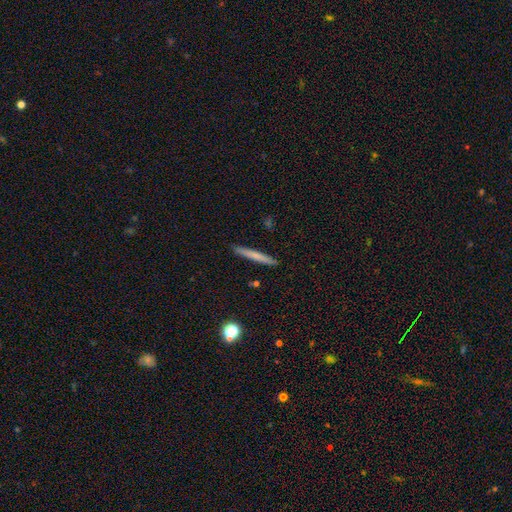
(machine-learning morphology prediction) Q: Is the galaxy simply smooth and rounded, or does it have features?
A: smooth — 67%.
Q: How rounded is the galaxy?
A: cigar-shaped — 96%.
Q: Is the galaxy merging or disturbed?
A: none — 91%.